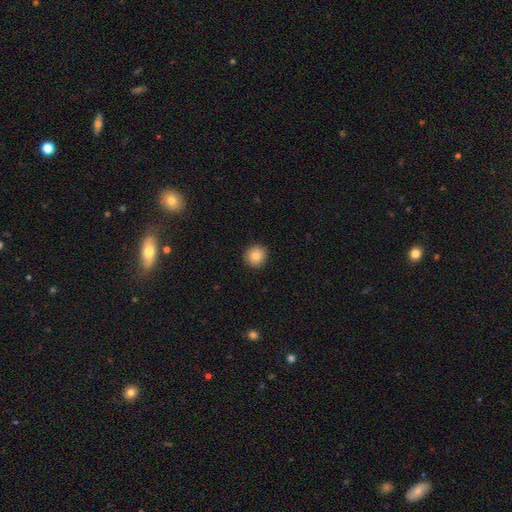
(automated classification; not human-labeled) Smooth or featured: smooth — 82% (star or artifact — 9%)
How rounded: round — 94% (in between — 5%)
Merging: none — 92% (minor disturbance — 6%)